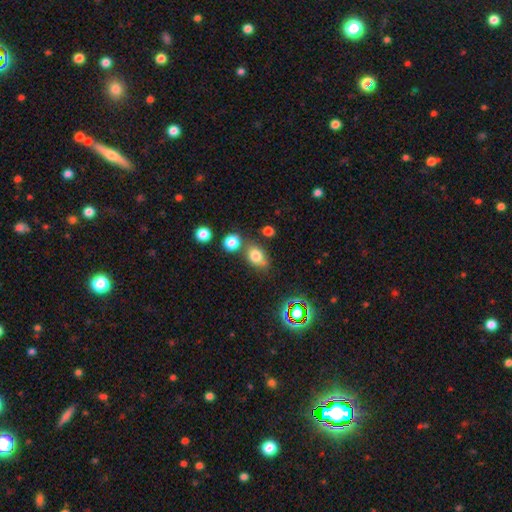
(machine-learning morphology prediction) A smooth galaxy with no disk features (77%) that is in between round and cigar-shaped (71%). Merging: none (61%).